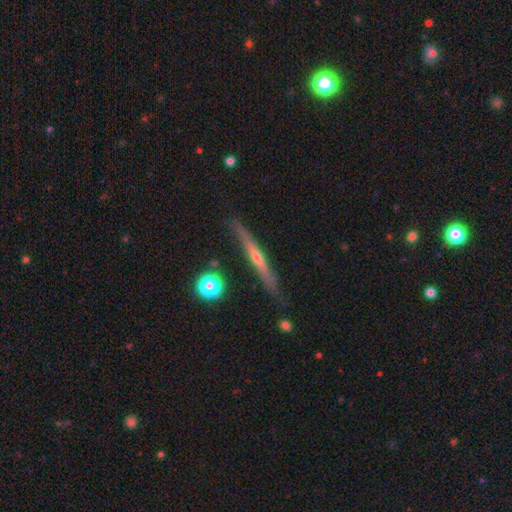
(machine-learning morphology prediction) smooth_or_featured: featured or disk (p=0.74) [alt: smooth p=0.19]
disk_edge_on: yes (p=0.97) [alt: no p=0.03]
edge_on_bulge: rounded (p=0.73) [alt: none p=0.24]
merging: none (p=0.86) [alt: minor disturbance p=0.10]